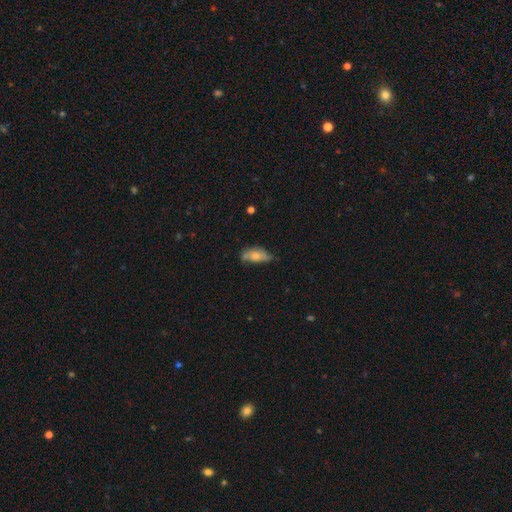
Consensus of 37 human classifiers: This is likely a smooth galaxy (65%). How rounded: clearly in between (88%). Merging: marginally none (42%).